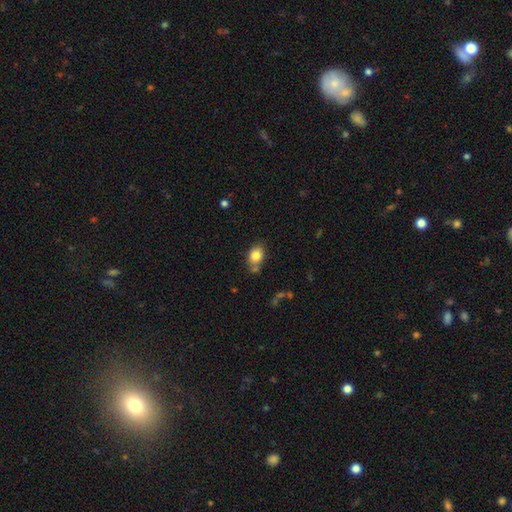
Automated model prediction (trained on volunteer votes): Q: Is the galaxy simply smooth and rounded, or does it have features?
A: smooth — 82%.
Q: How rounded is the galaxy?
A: in between — 66%.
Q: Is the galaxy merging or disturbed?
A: none — 65%.